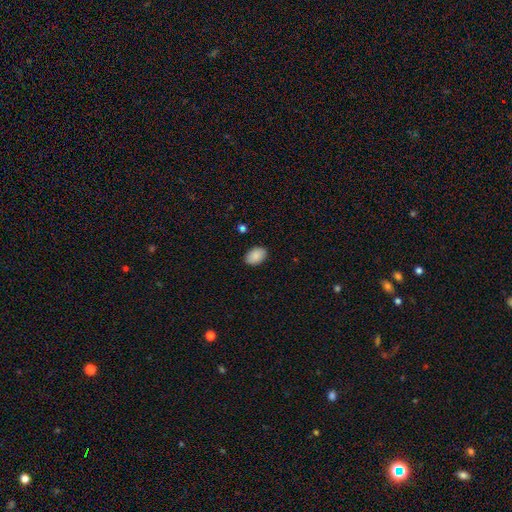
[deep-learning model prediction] smooth-or-featured: smooth: 90% | star or artifact: 7% | featured or disk: 4%
  how-rounded: in between: 88% | round: 11% | cigar-shaped: 1%
  merging: none: 88% | minor disturbance: 9% | major disturbance: 2% | merger: 1%